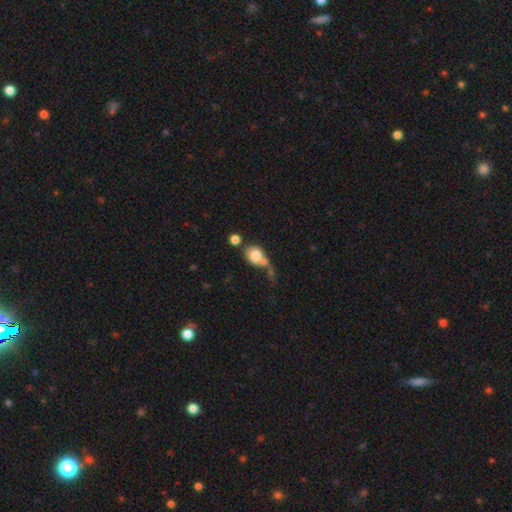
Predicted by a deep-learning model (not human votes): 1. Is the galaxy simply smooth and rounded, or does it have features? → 76% smooth, 15% featured or disk, 9% star or artifact.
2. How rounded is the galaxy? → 58% round, 40% in between, 2% cigar-shaped.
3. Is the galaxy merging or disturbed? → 50% merger, 26% none, 12% major disturbance, 12% minor disturbance.